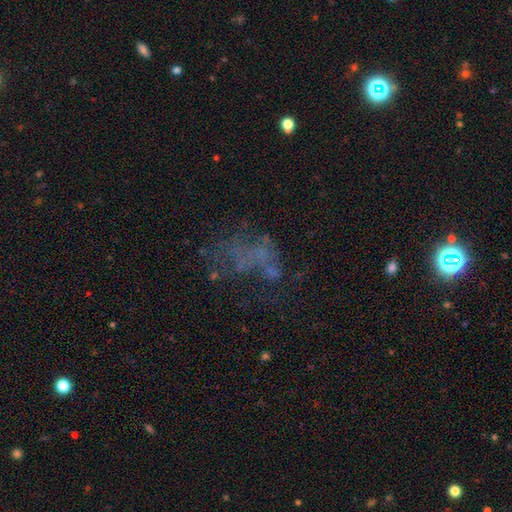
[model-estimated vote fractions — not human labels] Q: Smooth or featured?
A: featured or disk (47%); runner-up: star or artifact (30%)
Q: Merging?
A: none (42%); runner-up: major disturbance (33%)